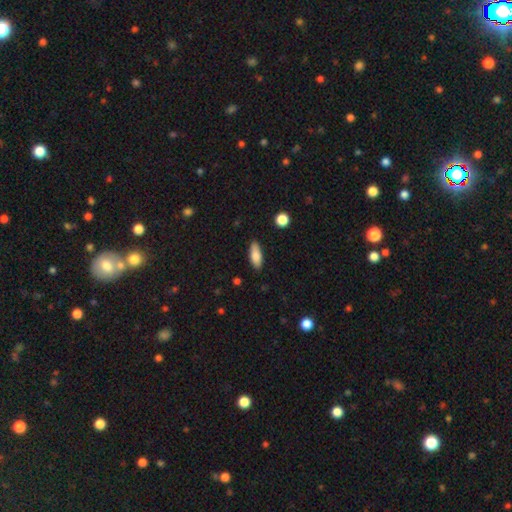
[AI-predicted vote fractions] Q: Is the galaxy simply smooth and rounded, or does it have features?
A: smooth — 82%.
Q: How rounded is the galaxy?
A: in between — 72%.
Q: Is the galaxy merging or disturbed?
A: none — 86%.